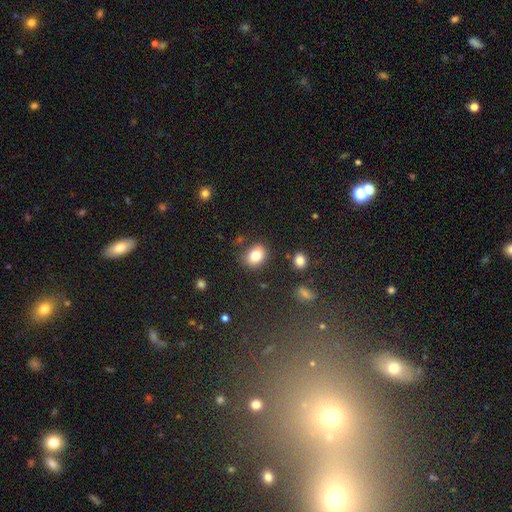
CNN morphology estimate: A smooth galaxy with no disk features (81%) that is in between round and cigar-shaped (54%).

Vote fractions:
- Smooth or featured? smooth: 81% / star or artifact: 10% / featured or disk: 9%
- How rounded? in between: 54% / round: 45% / cigar-shaped: 1%
- Merging? none: 79% / minor disturbance: 13% / merger: 4% / major disturbance: 3%